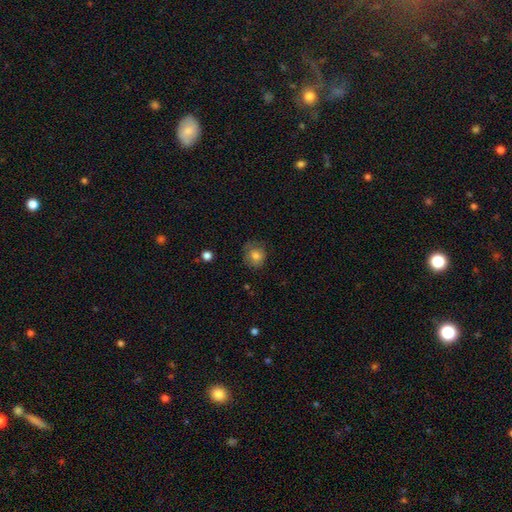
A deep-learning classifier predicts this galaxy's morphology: type=smooth (78%); roundness=round (75%); merging=none (69%).